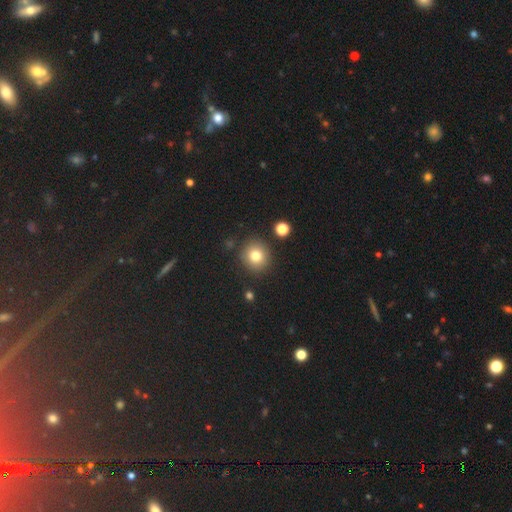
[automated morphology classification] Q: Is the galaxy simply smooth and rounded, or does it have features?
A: smooth — 80%.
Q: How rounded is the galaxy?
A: round — 89%.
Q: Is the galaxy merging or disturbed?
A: none — 87%.